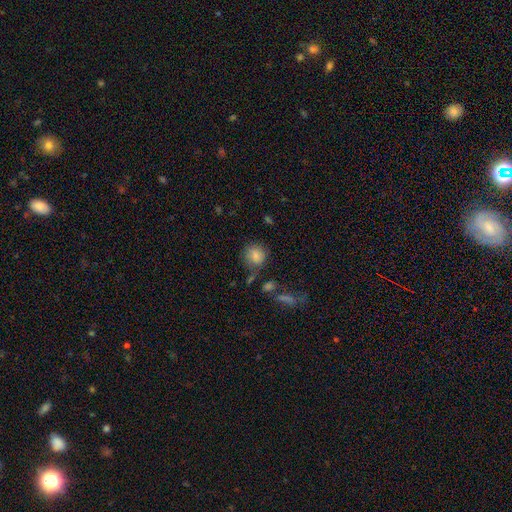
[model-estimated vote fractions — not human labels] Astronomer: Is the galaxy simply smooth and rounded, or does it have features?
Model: smooth — 84%.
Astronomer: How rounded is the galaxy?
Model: round — 80%.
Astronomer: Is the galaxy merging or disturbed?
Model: none — 69%.